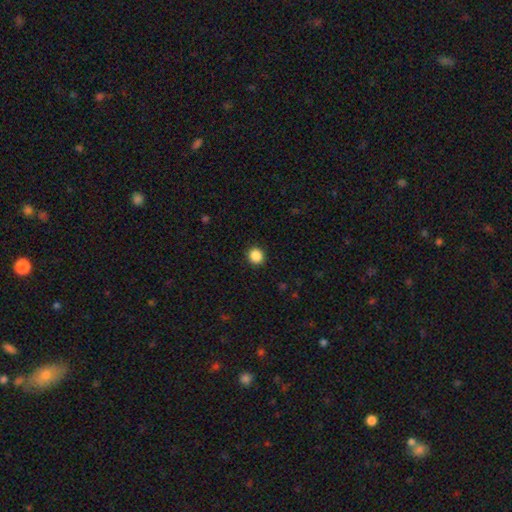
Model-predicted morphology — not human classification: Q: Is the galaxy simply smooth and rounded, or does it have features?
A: smooth — 87%.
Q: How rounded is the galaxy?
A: round — 91%.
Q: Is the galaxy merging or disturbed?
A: none — 92%.